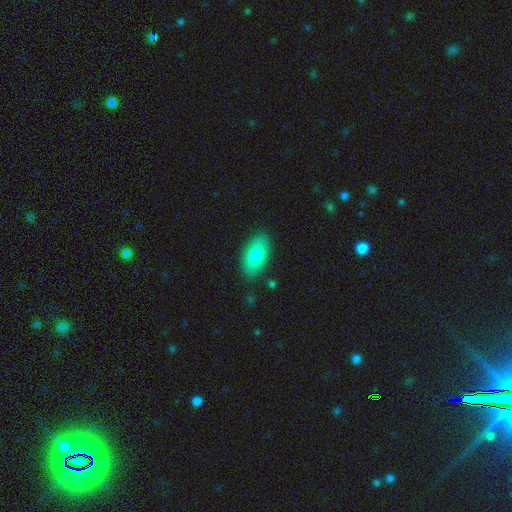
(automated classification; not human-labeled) smooth_or_featured: smooth (p=0.81) [alt: featured or disk p=0.12]
how_rounded: in between (p=0.93) [alt: round p=0.04]
merging: none (p=0.85) [alt: minor disturbance p=0.11]